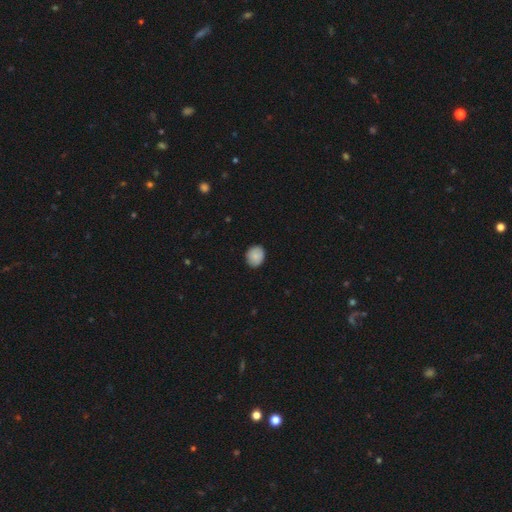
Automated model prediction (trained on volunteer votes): Smooth or featured: smooth — 85% (featured or disk — 8%)
How rounded: round — 59% (in between — 40%)
Merging: none — 85% (minor disturbance — 12%)